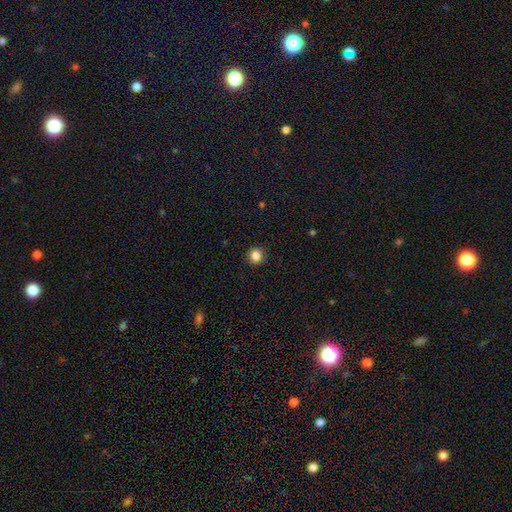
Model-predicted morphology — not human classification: Q: Smooth or featured?
A: smooth (85%); runner-up: star or artifact (11%)
Q: How rounded?
A: round (93%); runner-up: in between (6%)
Q: Merging?
A: none (92%); runner-up: minor disturbance (5%)